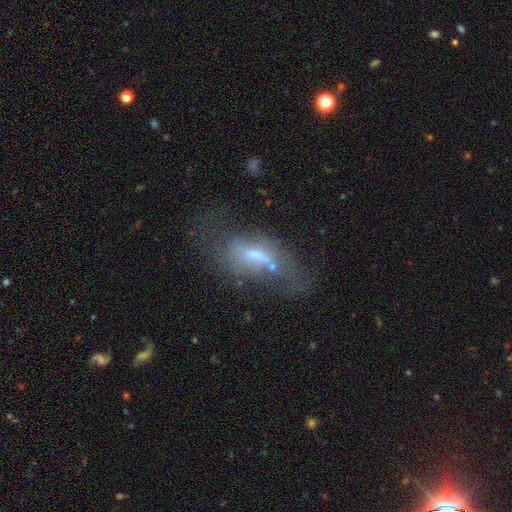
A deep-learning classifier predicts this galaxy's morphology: smooth-or-featured: featured or disk: 52% | smooth: 37% | star or artifact: 12%
  disk-edge-on: no: 82% | yes: 18%
  merging: major disturbance: 34% | none: 33% | minor disturbance: 23% | merger: 11%